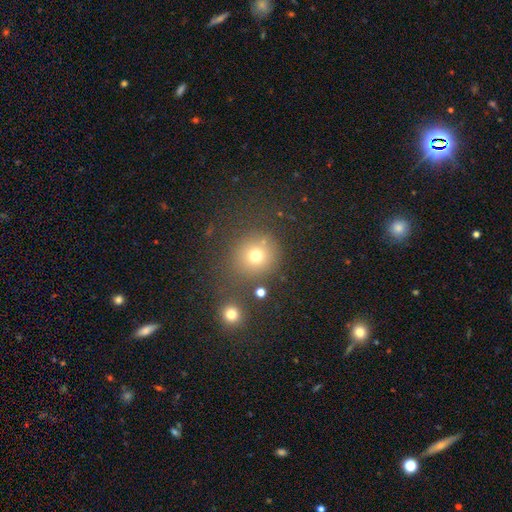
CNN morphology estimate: This is likely a smooth galaxy (73%). How rounded: clearly round (89%). Merging: likely none (74%).